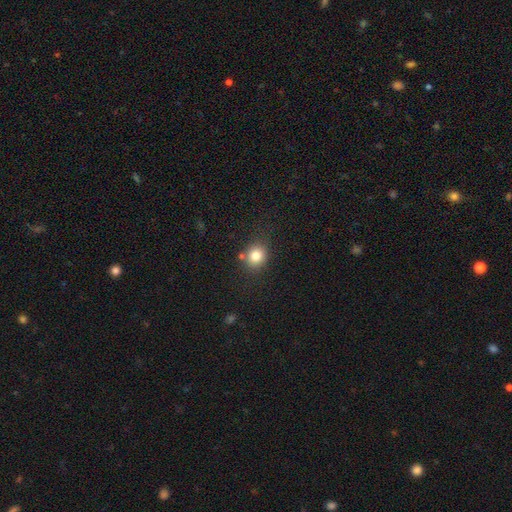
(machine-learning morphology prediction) A smooth galaxy with no disk features (81%) that is round (71%). Merging: none (75%).